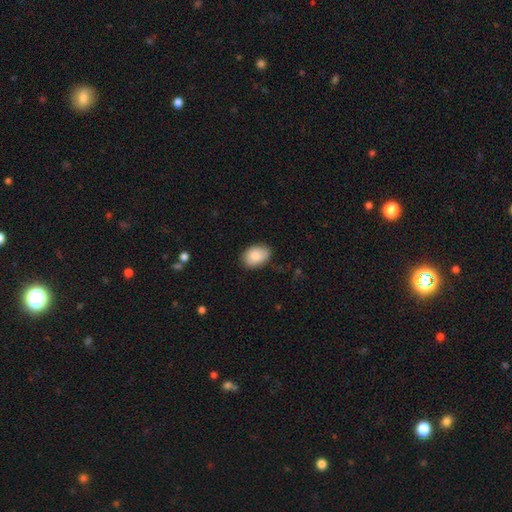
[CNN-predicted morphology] This appears to be a smooth galaxy with no disk features (84%) that is in between round and cigar-shaped (81%). Merging: none (83%).